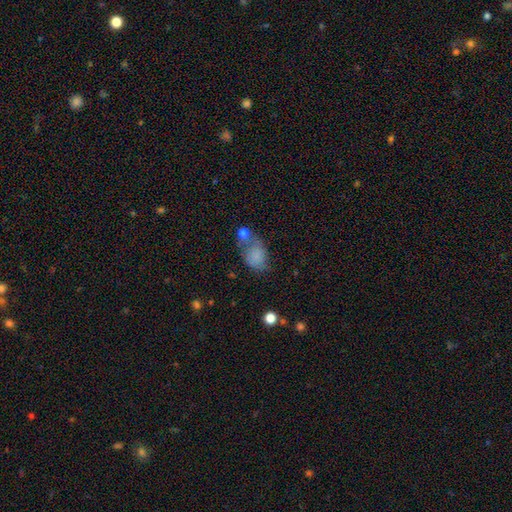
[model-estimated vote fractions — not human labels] The model was most divided on "merging": none: 32%, minor disturbance: 25%, merger: 24%, major disturbance: 19%. More confident: smooth or featured — smooth (75%); how rounded — in between (72%).